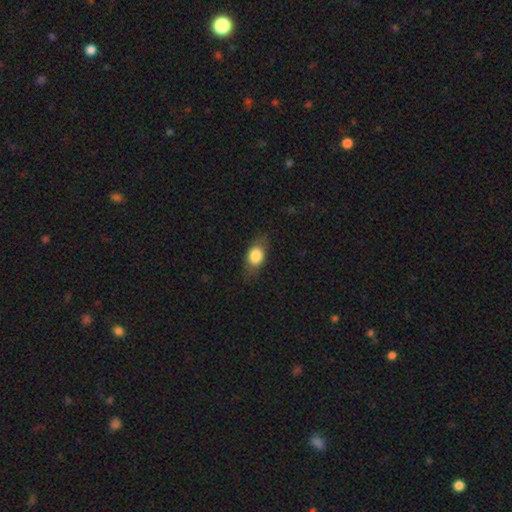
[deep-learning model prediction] Smooth or featured? Predicted: smooth (p=0.78). How rounded? Predicted: in between (p=0.76). Merging? Predicted: none (p=0.78).